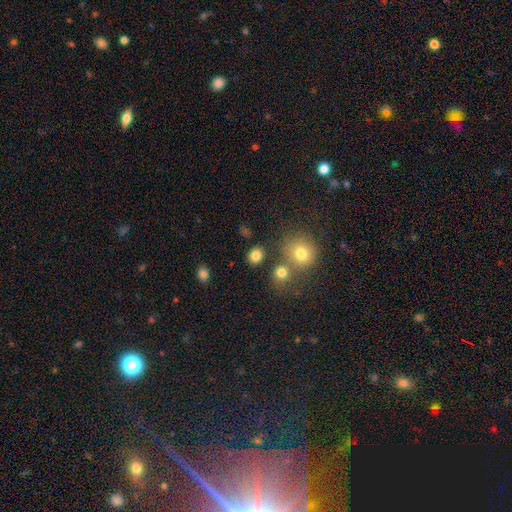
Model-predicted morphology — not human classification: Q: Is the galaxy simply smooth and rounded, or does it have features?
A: smooth — 81%.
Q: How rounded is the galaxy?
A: round — 68%.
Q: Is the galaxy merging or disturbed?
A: none — 78%.